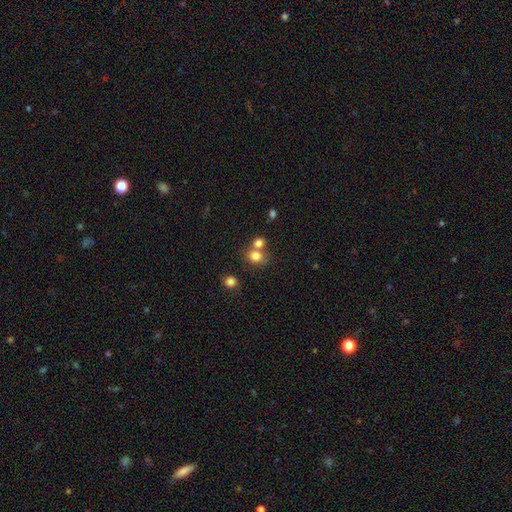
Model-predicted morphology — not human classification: Smooth or featured: smooth — 78% (star or artifact — 13%)
How rounded: round — 72% (in between — 27%)
Merging: none — 47% (merger — 41%)